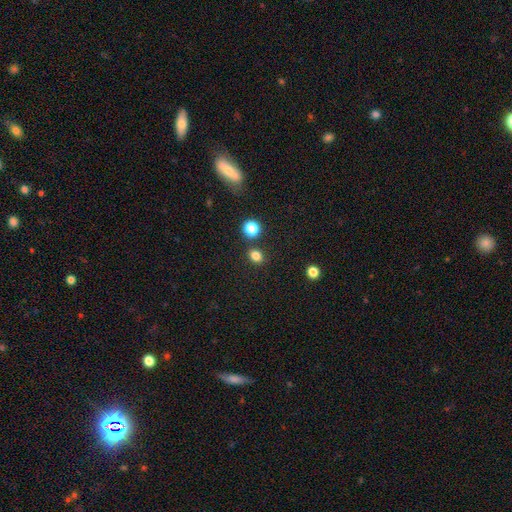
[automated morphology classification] Smooth or featured? smooth (80%)
How rounded? round (55%)
Merging? none (80%)